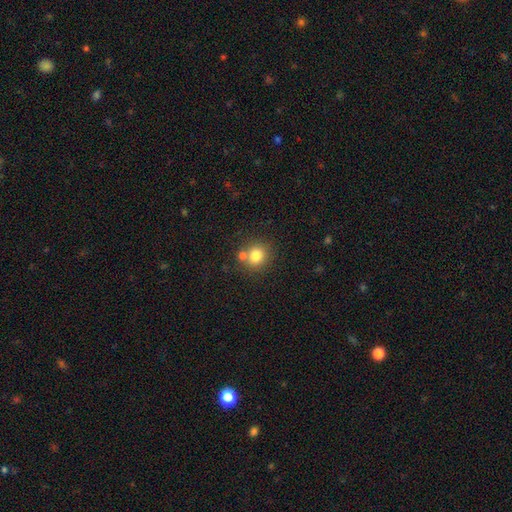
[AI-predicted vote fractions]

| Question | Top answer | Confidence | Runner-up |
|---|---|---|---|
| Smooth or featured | smooth | 80% | star or artifact (12%) |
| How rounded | round | 85% | in between (14%) |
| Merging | none | 68% | merger (20%) |